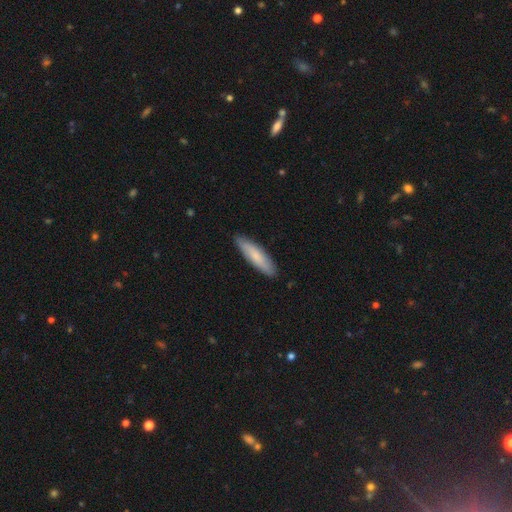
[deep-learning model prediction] The model was most divided on "how rounded": cigar-shaped: 68%, in between: 30%, round: 1%. More confident: merging — none (86%); smooth or featured — smooth (74%).